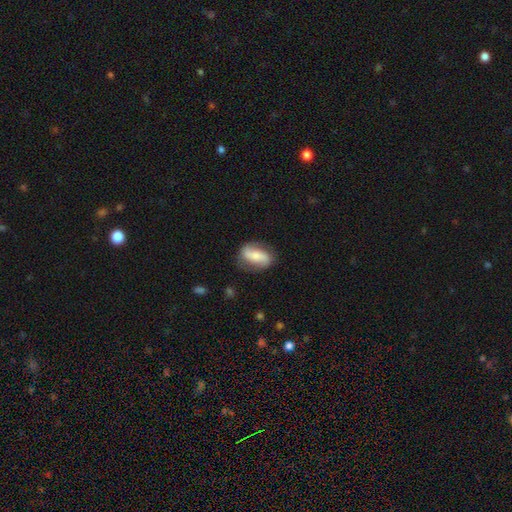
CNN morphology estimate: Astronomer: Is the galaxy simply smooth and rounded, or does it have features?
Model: featured or disk — 51% (runner-up: smooth, 42%).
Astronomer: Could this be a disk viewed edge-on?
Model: no — 93%.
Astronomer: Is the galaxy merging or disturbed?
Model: none — 75%.